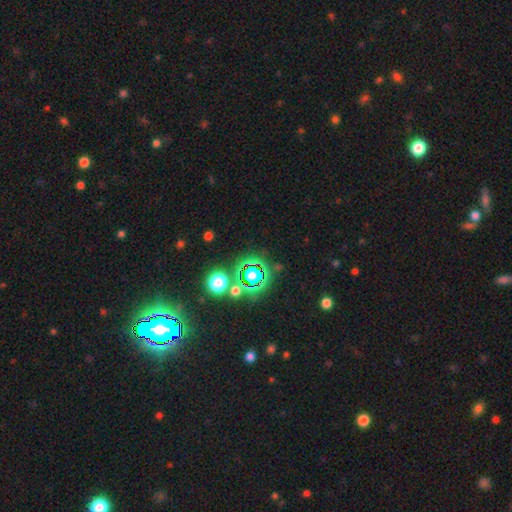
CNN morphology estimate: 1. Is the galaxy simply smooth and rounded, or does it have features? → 79% star or artifact, 13% smooth, 7% featured or disk.